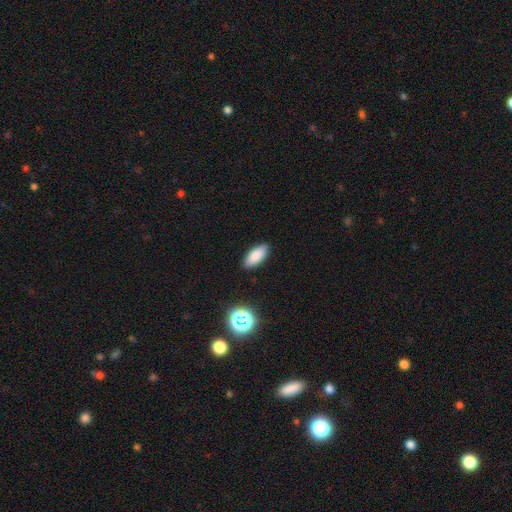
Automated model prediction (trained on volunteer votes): The model was most divided on "how rounded": in between: 85%, cigar-shaped: 12%, round: 2%. More confident: merging — none (88%); smooth or featured — smooth (85%).